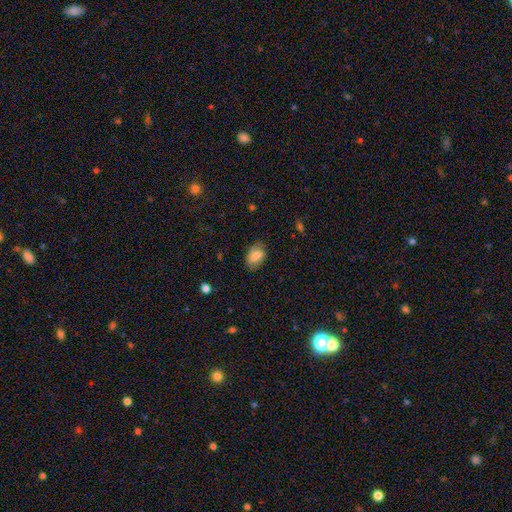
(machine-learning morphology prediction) type=smooth (78%); roundness=in between (89%); merging=none (75%).